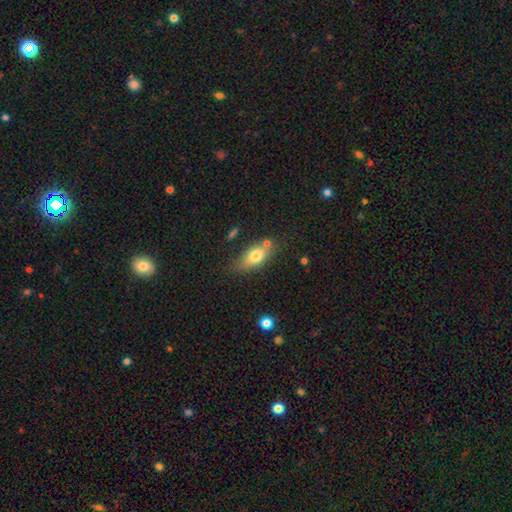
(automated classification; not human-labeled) A smooth galaxy with no disk features (73%) that is in between round and cigar-shaped (80%). Merging: none (66%).